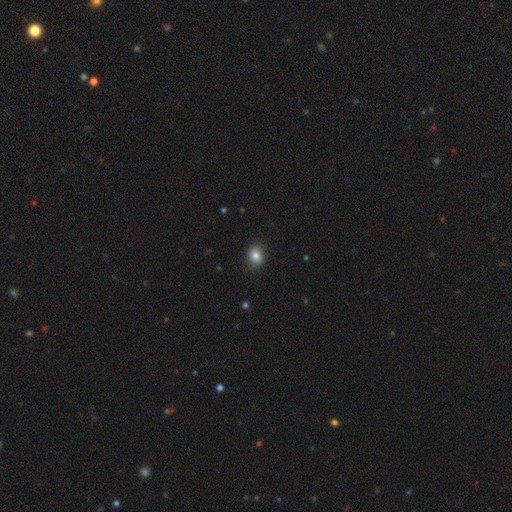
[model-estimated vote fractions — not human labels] smooth_or_featured: smooth (p=0.83) [alt: star or artifact p=0.10]
how_rounded: in between (p=0.56) [alt: round p=0.43]
merging: none (p=0.88) [alt: minor disturbance p=0.09]